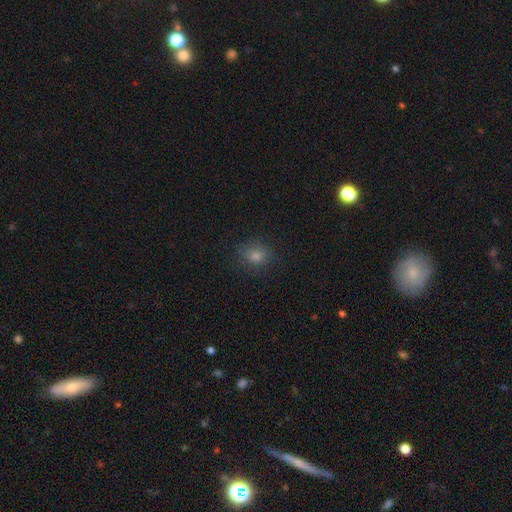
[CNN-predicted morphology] Smooth or featured? smooth (75%)
How rounded? round (68%)
Merging? none (84%)